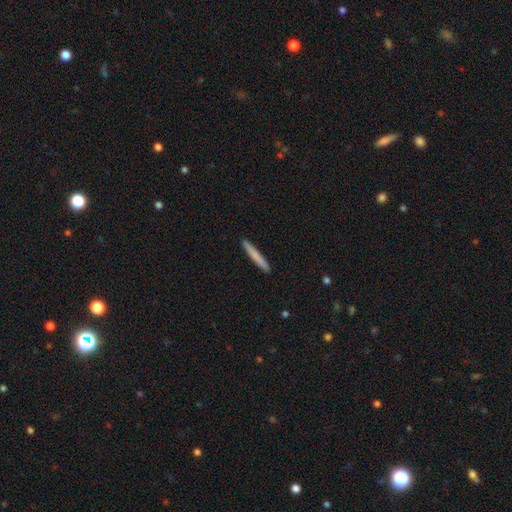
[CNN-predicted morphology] A smooth galaxy with no disk features (77%) that is cigar-shaped (97%). Merging: none (93%).